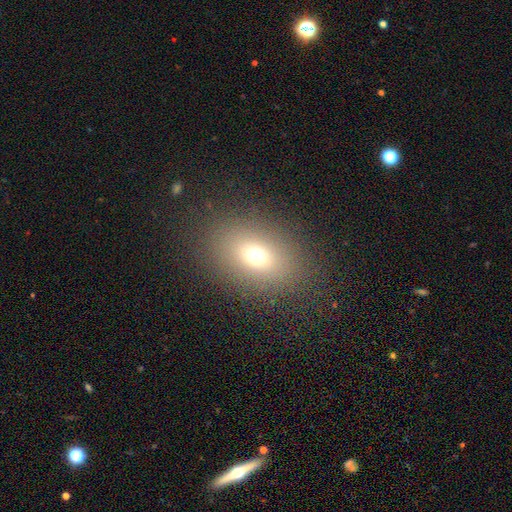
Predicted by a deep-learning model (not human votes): Smooth or featured? Predicted: smooth (p=0.69). How rounded? Predicted: in between (p=0.70). Merging? Predicted: none (p=0.84).